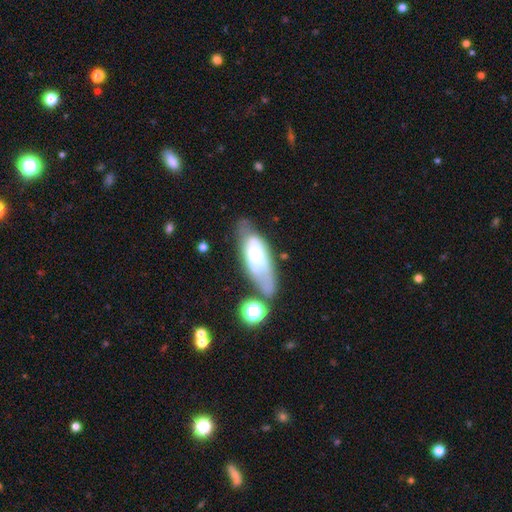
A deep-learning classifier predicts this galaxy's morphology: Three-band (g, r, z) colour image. It shows a featured or disk galaxy (58%). Merging: none (48%).